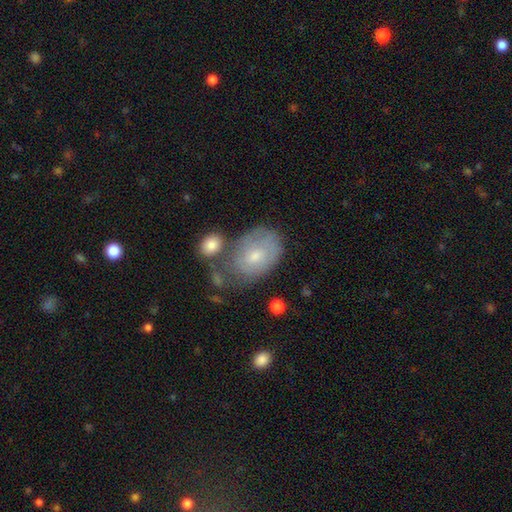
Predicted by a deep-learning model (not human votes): Q: Smooth or featured?
A: smooth (53%); runner-up: featured or disk (39%)
Q: How rounded?
A: in between (83%); runner-up: round (16%)
Q: Merging?
A: none (49%); runner-up: minor disturbance (26%)